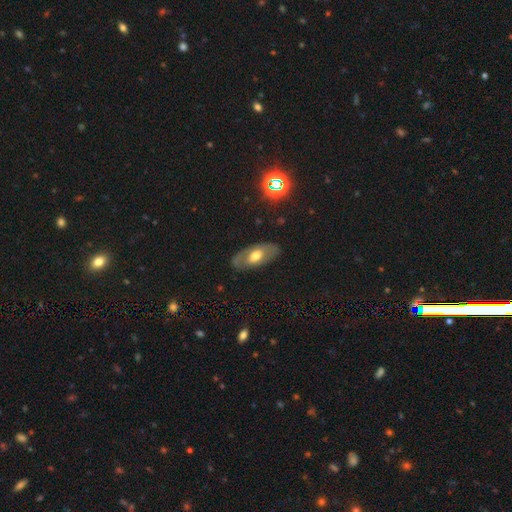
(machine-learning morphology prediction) Q: Smooth or featured?
A: featured or disk (50%); runner-up: smooth (42%)
Q: Edge-on disk?
A: no (83%); runner-up: yes (17%)
Q: Merging?
A: none (81%); runner-up: minor disturbance (13%)